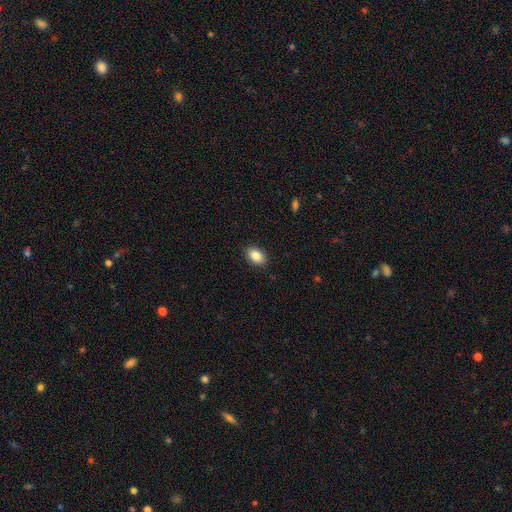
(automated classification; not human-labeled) A smooth galaxy with no disk features (86%) that is in between round and cigar-shaped (87%). Merging: none (89%).